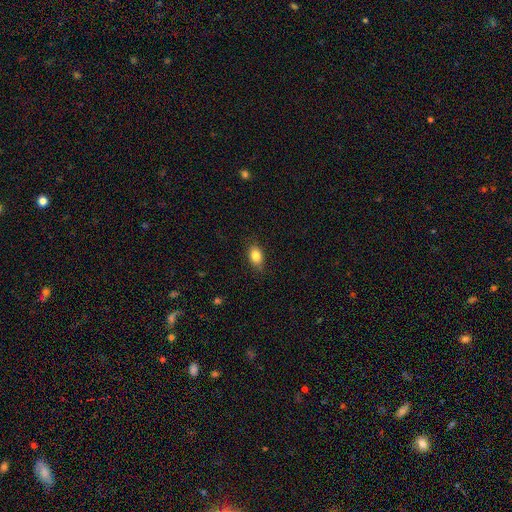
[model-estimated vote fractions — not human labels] A smooth galaxy with no disk features (84%) that is in between round and cigar-shaped (84%). Merging: none (83%).